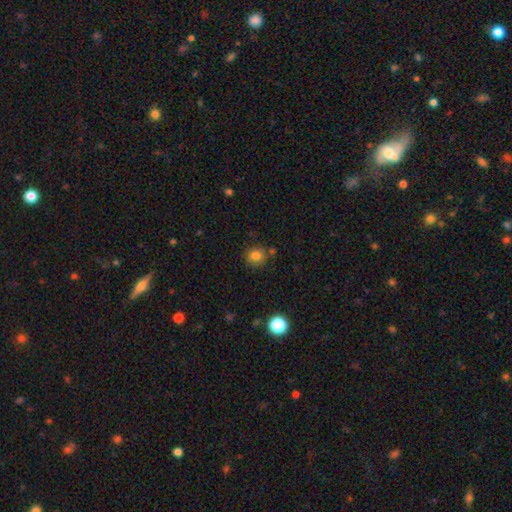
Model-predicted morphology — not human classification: Q: Smooth or featured?
A: smooth (81%); runner-up: star or artifact (13%)
Q: How rounded?
A: round (87%); runner-up: in between (12%)
Q: Merging?
A: none (79%); runner-up: minor disturbance (11%)